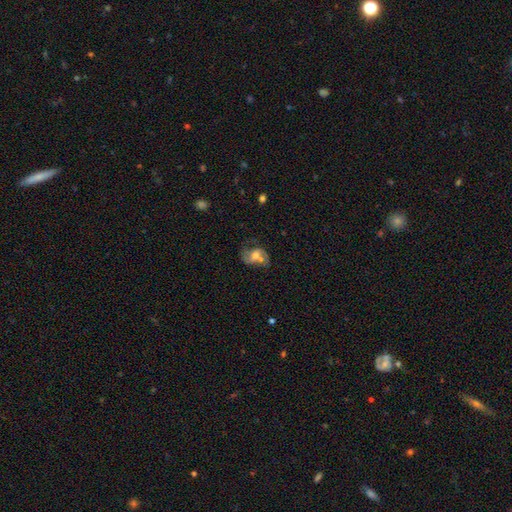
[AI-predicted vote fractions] smooth_or_featured: featured or disk (p=0.55) [alt: smooth p=0.35]
disk_edge_on: no (p=0.96) [alt: yes p=0.04]
bar: no (p=0.54) [alt: weak p=0.35]
has_spiral_arms: yes (p=0.69) [alt: no p=0.31]
bulge_size: moderate (p=0.56) [alt: small p=0.22]
merging: none (p=0.38) [alt: merger p=0.23]